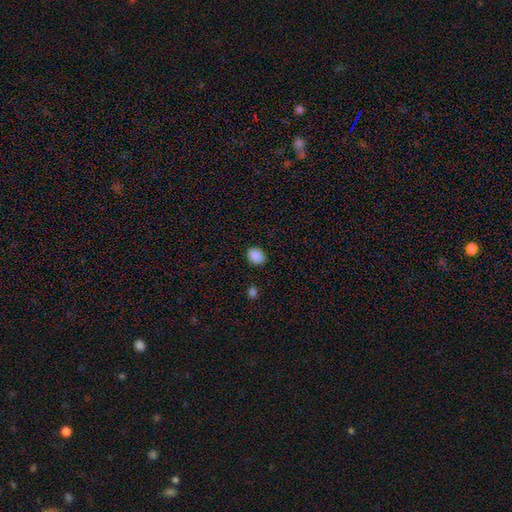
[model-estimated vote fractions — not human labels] This is clearly a smooth galaxy (88%). How rounded: possibly in between (59%). Merging: clearly none (84%).